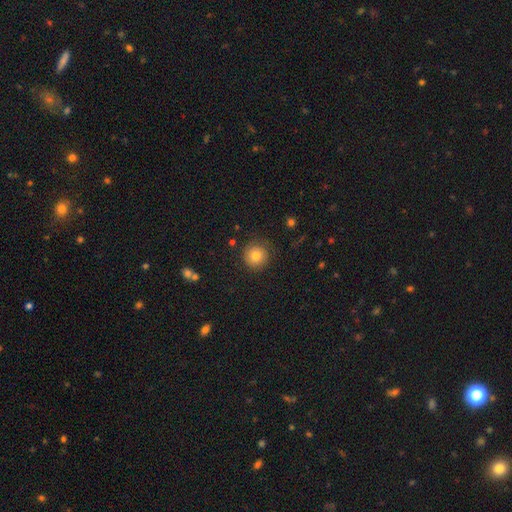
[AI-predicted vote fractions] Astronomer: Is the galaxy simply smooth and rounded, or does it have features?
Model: smooth — 77%.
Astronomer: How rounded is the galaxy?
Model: round — 94%.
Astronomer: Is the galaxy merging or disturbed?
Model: none — 83%.